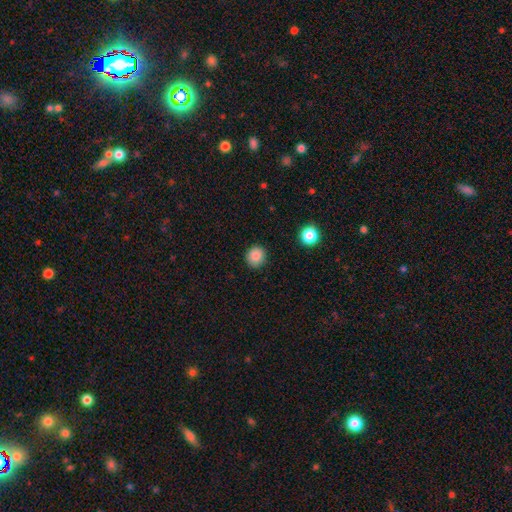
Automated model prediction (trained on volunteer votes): This appears to be a smooth galaxy with no disk features (87%) that is round (87%). Merging: none (90%).